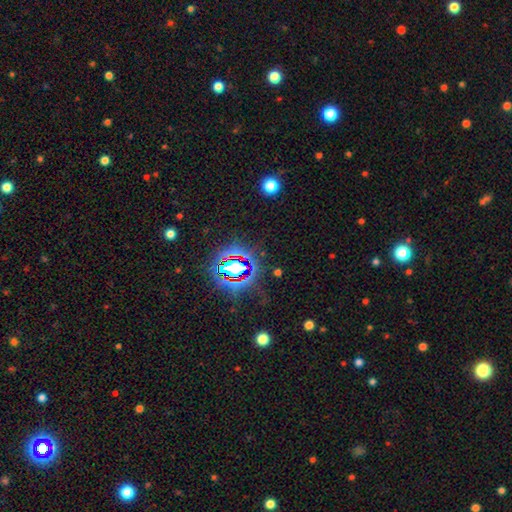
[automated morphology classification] A star or artifact, not a galaxy (83%).